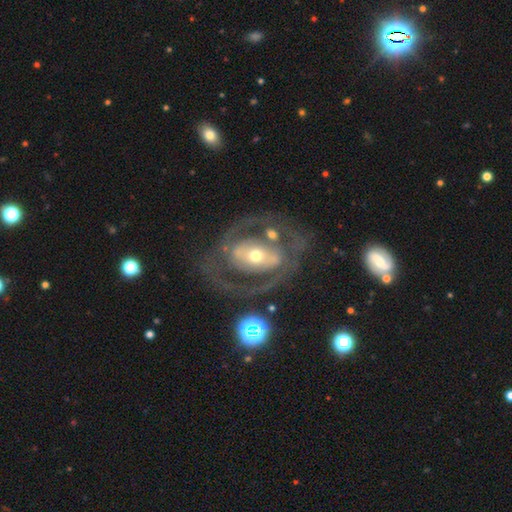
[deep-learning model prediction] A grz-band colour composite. It shows a featured or disk galaxy (79%) with no bar (37%), spiral arms (57%) and a moderate central bulge (57%). Merging: none (67%).